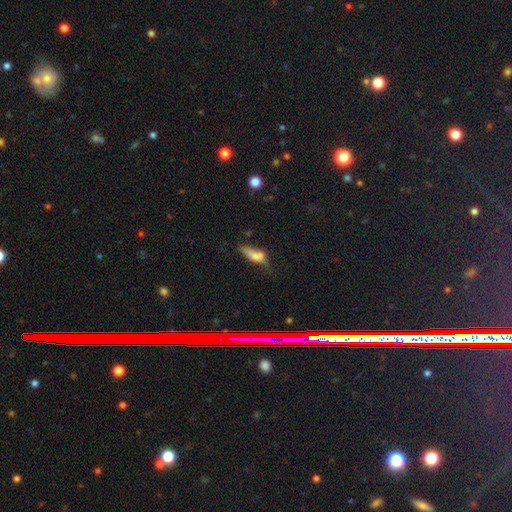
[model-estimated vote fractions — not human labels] A smooth galaxy with no disk features (59%) that is in between round and cigar-shaped (55%). Merging: none (35%).